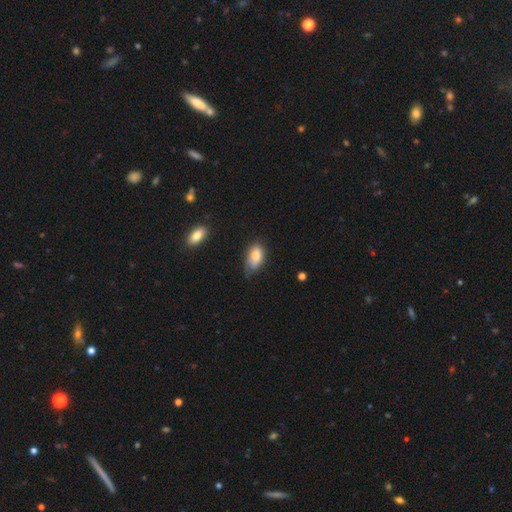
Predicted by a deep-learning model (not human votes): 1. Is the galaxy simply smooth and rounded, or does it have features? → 79% smooth, 14% featured or disk, 7% star or artifact.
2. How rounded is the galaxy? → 91% in between, 6% round, 3% cigar-shaped.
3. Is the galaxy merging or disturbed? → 54% none, 35% minor disturbance, 8% major disturbance, 2% merger.